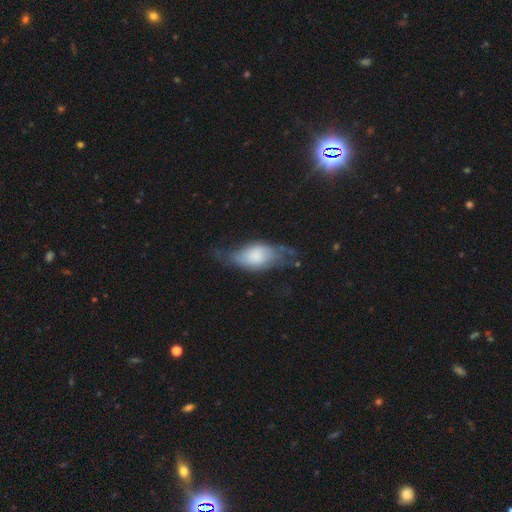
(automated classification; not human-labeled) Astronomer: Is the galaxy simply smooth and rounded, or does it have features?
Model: smooth — 48% (runner-up: featured or disk, 45%).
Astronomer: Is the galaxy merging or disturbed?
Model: none — 39% (runner-up: minor disturbance, 32%).